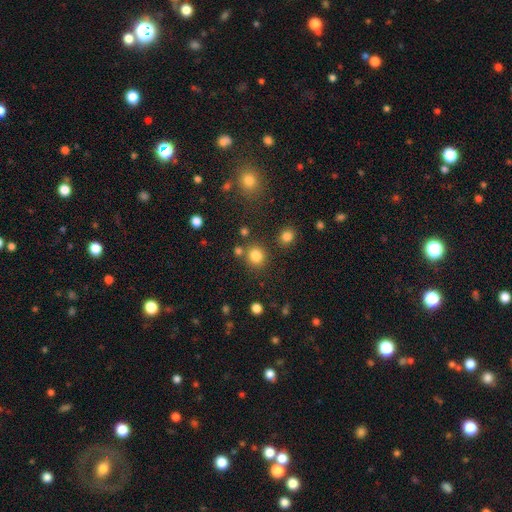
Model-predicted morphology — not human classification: Overall: smooth (82%). How rounded: round (86%). Merging: none (78%).